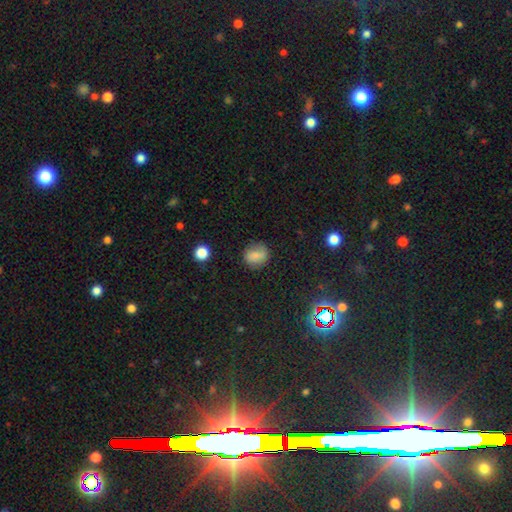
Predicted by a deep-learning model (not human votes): Overall: smooth (74%). How rounded: round (74%). Merging: none (78%).